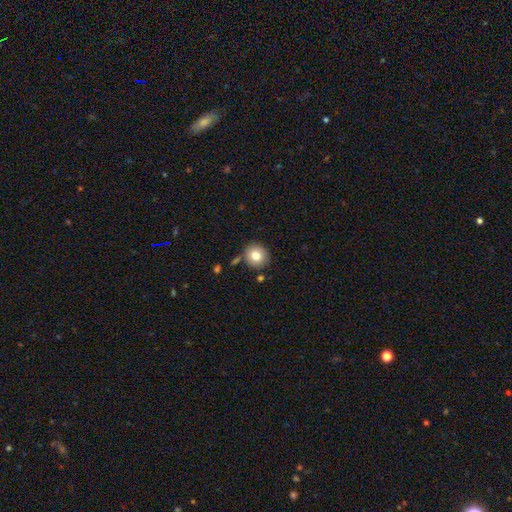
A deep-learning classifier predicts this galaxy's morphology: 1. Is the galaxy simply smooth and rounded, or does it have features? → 79% smooth, 10% featured or disk, 10% star or artifact.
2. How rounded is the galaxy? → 91% round, 8% in between, 1% cigar-shaped.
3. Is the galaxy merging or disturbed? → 82% none, 10% minor disturbance, 6% merger, 3% major disturbance.